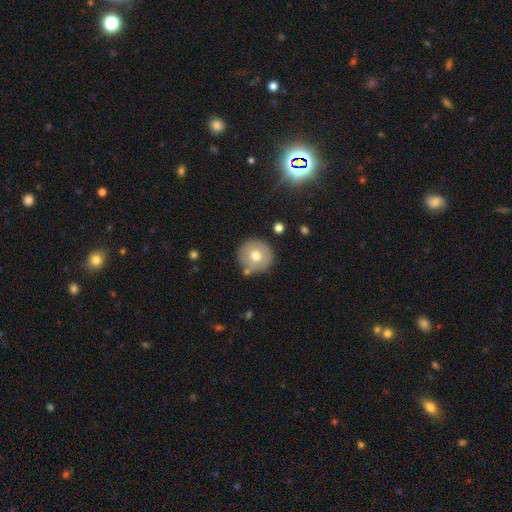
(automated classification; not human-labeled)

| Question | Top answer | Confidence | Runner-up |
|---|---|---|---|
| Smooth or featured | smooth | 71% | featured or disk (20%) |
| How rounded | round | 95% | in between (4%) |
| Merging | none | 81% | minor disturbance (10%) |